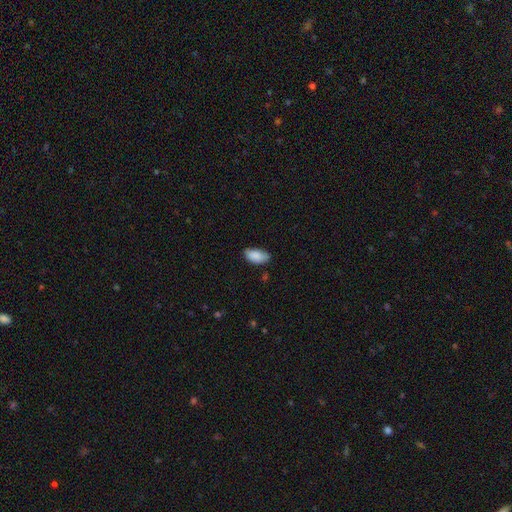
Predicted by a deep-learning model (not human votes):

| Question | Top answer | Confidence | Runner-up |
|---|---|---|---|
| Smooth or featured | smooth | 88% | star or artifact (7%) |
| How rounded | in between | 94% | cigar-shaped (4%) |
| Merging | none | 69% | minor disturbance (25%) |